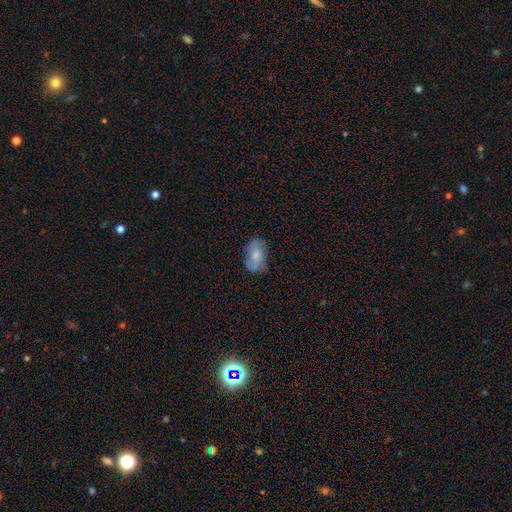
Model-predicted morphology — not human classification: type=smooth (55%); roundness=in between (87%); merging=none (65%).